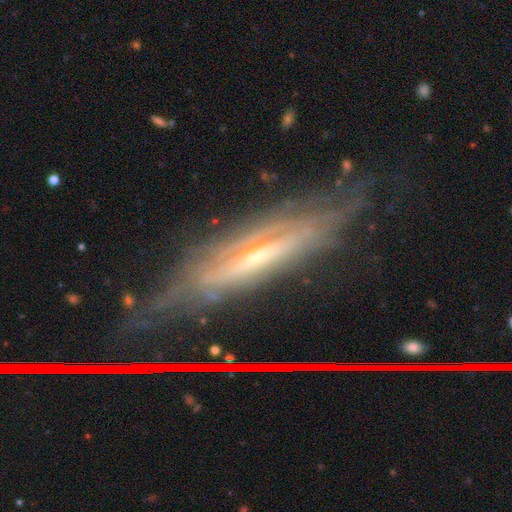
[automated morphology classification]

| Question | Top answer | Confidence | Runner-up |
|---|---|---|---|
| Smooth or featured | featured or disk | 76% | smooth (13%) |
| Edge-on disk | yes | 56% | no (44%) |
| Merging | none | 70% | minor disturbance (18%) |